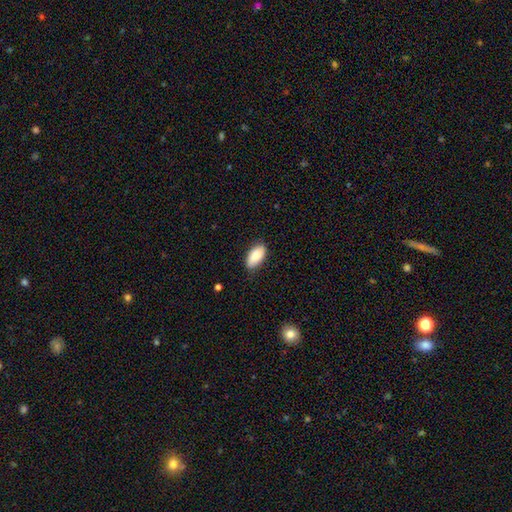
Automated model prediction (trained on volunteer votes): The model was most divided on "merging": none: 82%, minor disturbance: 15%, major disturbance: 3%, merger: 1%. More confident: how rounded — in between (93%); smooth or featured — smooth (86%).